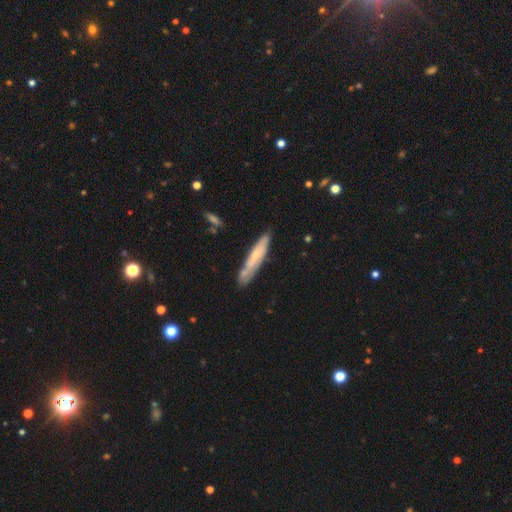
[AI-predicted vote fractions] Morphology: type=smooth (50%); merging=none (72%).